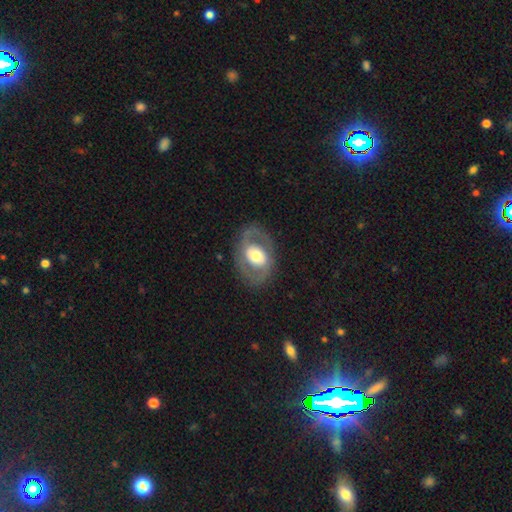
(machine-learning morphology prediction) A featured or disk galaxy (65%) with no bar (57%), spiral arms (54%) and a moderate central bulge (55%). Merging: none (79%).